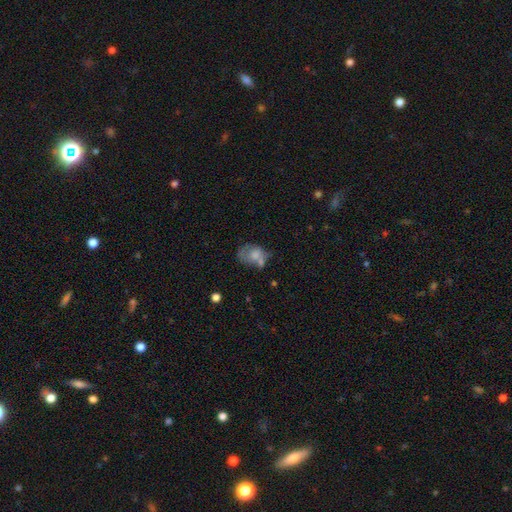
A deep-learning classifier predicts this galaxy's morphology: smooth 60%, featured or disk 30%, star or artifact 10%. Down the decision tree: how rounded — in between (73%); merging — none (29%).